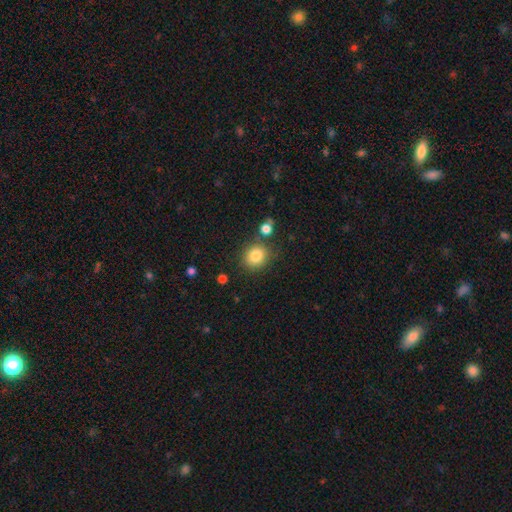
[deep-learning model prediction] Overall: smooth (83%). How rounded: round (74%). Merging: none (78%).